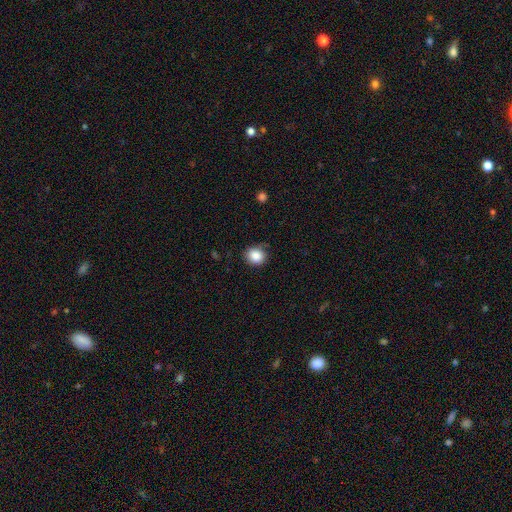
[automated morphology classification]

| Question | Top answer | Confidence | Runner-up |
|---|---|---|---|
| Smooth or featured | smooth | 86% | star or artifact (9%) |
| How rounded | round | 77% | in between (22%) |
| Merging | none | 77% | minor disturbance (17%) |